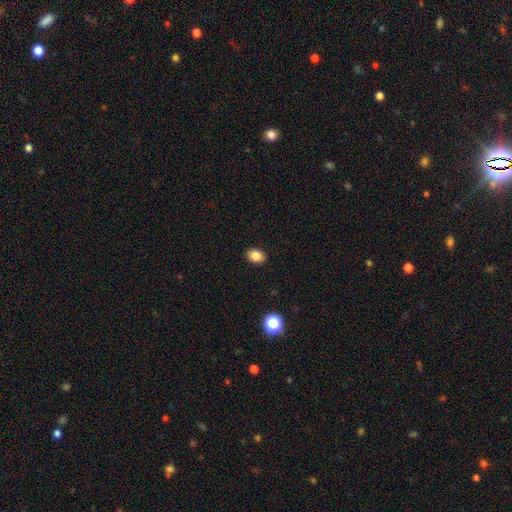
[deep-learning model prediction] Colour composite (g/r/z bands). It shows a smooth galaxy with no disk features (85%) that is in between round and cigar-shaped (70%). Merging: none (90%).